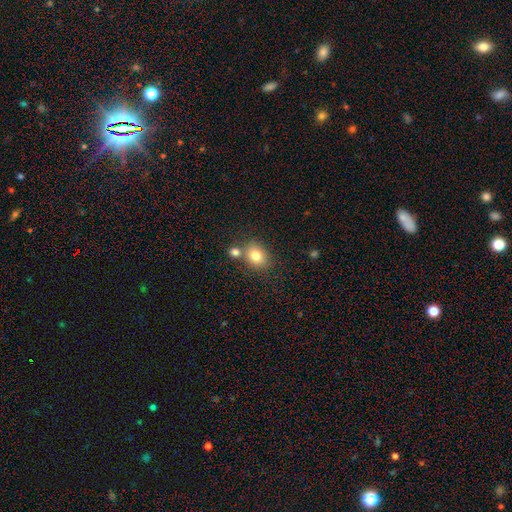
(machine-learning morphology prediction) smooth_or_featured: smooth (p=0.80) [alt: star or artifact p=0.10]
how_rounded: round (p=0.52) [alt: in between p=0.47]
merging: none (p=0.64) [alt: merger p=0.22]